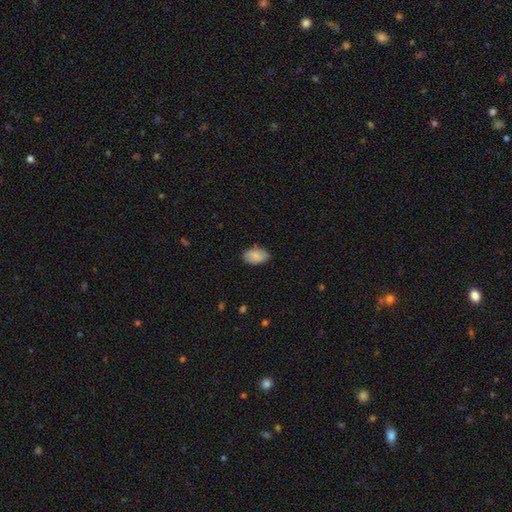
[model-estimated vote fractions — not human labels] Q: Smooth or featured?
A: smooth (87%); runner-up: featured or disk (7%)
Q: How rounded?
A: in between (93%); runner-up: round (6%)
Q: Merging?
A: none (83%); runner-up: minor disturbance (13%)